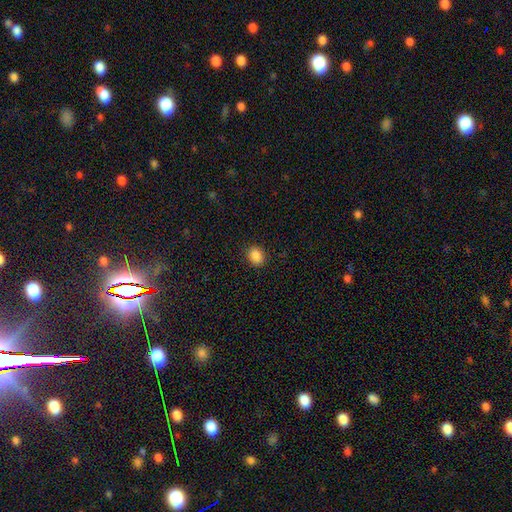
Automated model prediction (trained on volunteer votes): smooth_or_featured: smooth (p=0.87) [alt: star or artifact p=0.10]
how_rounded: round (p=0.55) [alt: in between p=0.44]
merging: none (p=0.90) [alt: minor disturbance p=0.07]